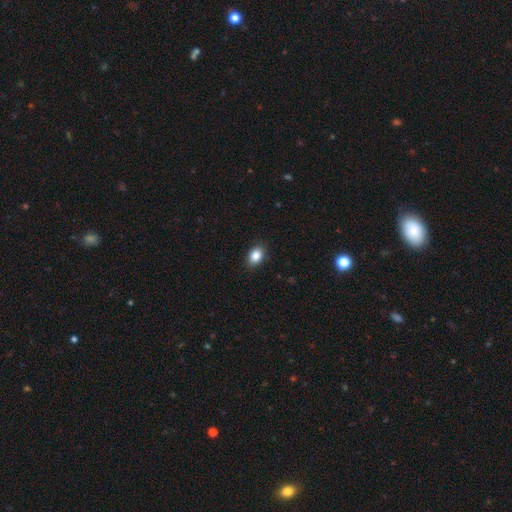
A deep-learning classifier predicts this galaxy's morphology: smooth_or_featured: smooth (p=0.85) [alt: star or artifact p=0.09]
how_rounded: in between (p=0.78) [alt: round p=0.21]
merging: none (p=0.88) [alt: minor disturbance p=0.09]